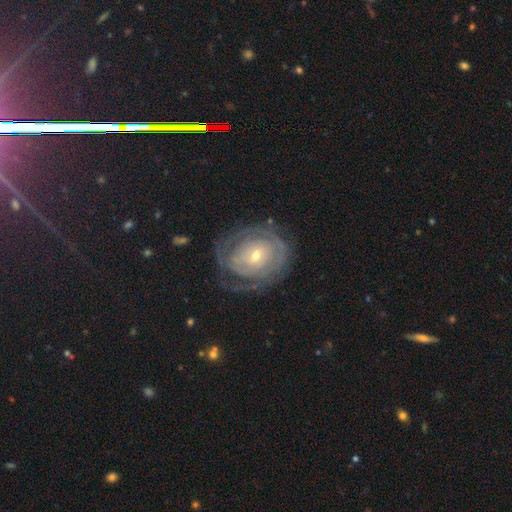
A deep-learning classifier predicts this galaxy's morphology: The model was most divided on "spiral arm count": can't tell: 51%, 2: 22%, 3: 9%, 1: 7%, 4: 5%, more than 4: 4%. More confident: edge-on disk — no (96%); smooth or featured — featured or disk (76%); spiral arms — yes (76%); spiral winding — tight (73%); bar — no (68%); merging — none (65%); bulge size — small (64%).